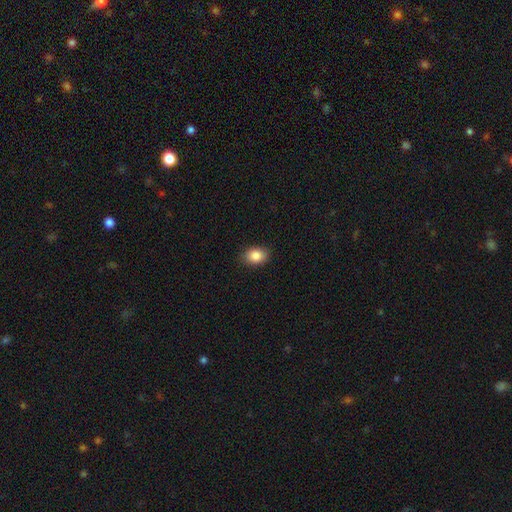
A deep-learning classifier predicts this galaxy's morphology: This is clearly a smooth galaxy (86%). How rounded: likely in between (70%). Merging: clearly none (87%).